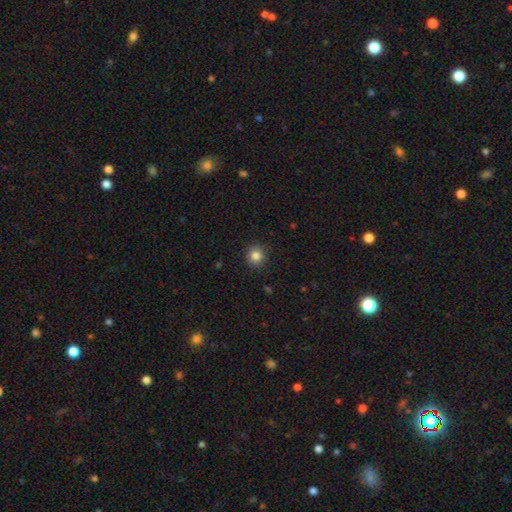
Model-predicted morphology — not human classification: smooth-or-featured: smooth: 84% | star or artifact: 11% | featured or disk: 5%
  how-rounded: round: 92% | in between: 7% | cigar-shaped: 1%
  merging: none: 91% | minor disturbance: 7% | major disturbance: 2% | merger: 1%